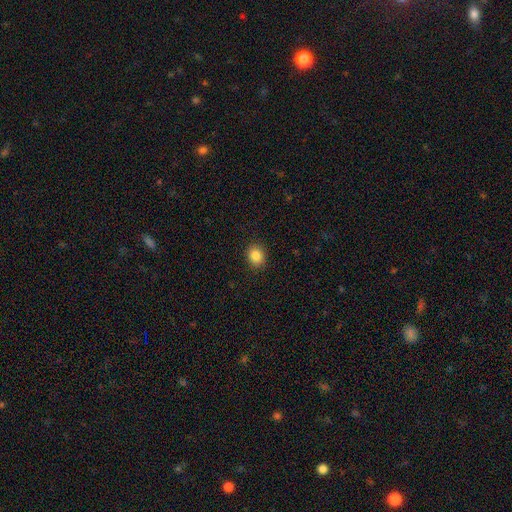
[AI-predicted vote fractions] Q: Smooth or featured?
A: smooth (85%); runner-up: star or artifact (10%)
Q: How rounded?
A: round (62%); runner-up: in between (38%)
Q: Merging?
A: none (91%); runner-up: minor disturbance (7%)